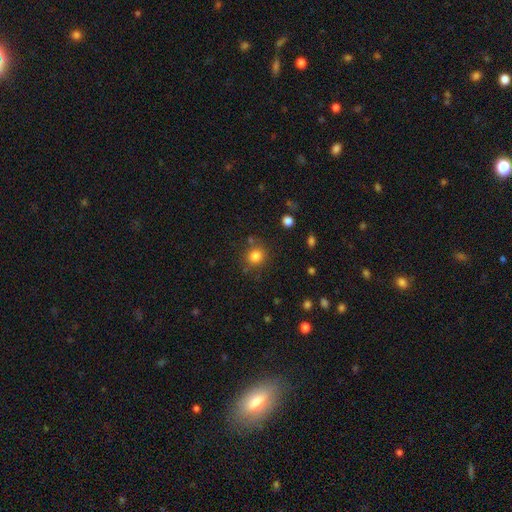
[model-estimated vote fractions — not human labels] smooth-or-featured: smooth: 81% | star or artifact: 13% | featured or disk: 6%
  how-rounded: round: 84% | in between: 15% | cigar-shaped: 1%
  merging: none: 79% | minor disturbance: 11% | merger: 6% | major disturbance: 4%